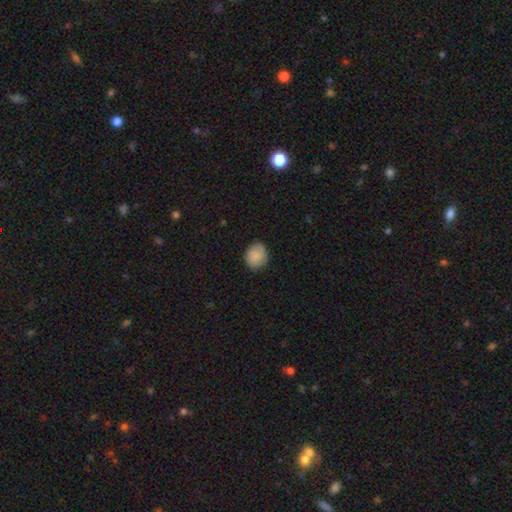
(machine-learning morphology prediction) smooth_or_featured: smooth (p=0.84) [alt: featured or disk p=0.08]
how_rounded: round (p=0.65) [alt: in between p=0.34]
merging: none (p=0.78) [alt: minor disturbance p=0.18]